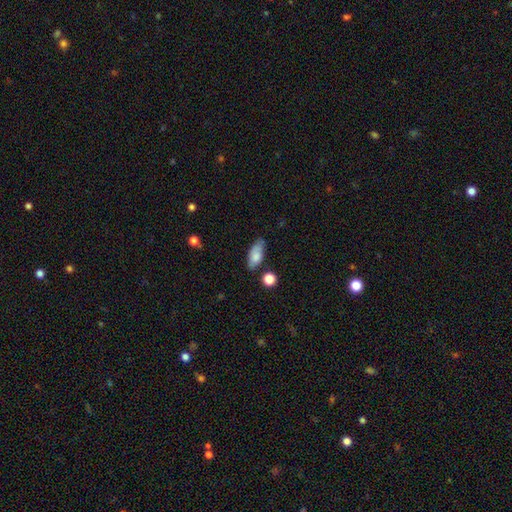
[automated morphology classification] Smooth or featured? Predicted: smooth (p=0.79). How rounded? Predicted: in between (p=0.83). Merging? Predicted: none (p=0.70).